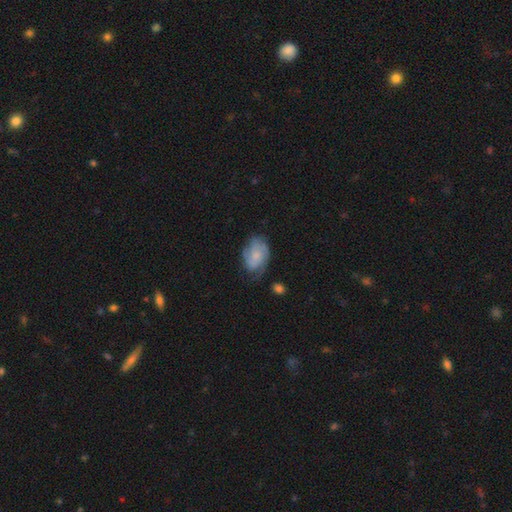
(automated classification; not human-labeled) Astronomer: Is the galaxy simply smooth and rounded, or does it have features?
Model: featured or disk — 51% (runner-up: smooth, 42%).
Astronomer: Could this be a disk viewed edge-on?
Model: no — 97%.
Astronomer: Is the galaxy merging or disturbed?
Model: none — 56%.